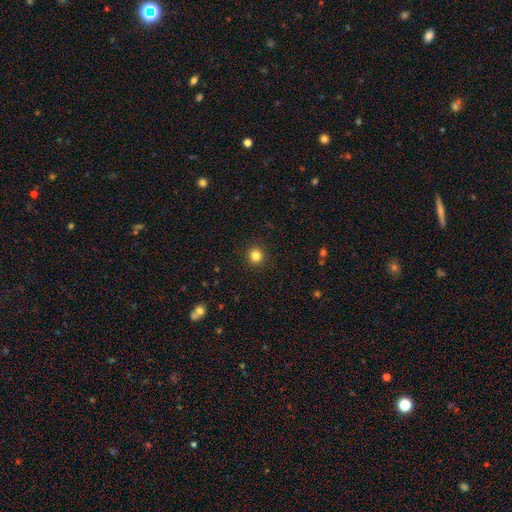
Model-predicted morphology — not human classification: A smooth galaxy with no disk features (83%) that is round (93%). Merging: none (92%).